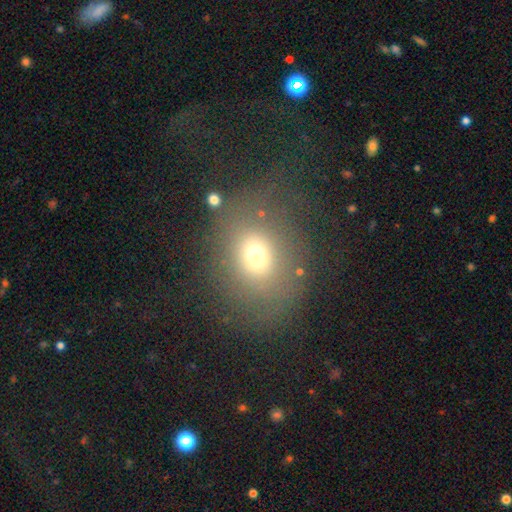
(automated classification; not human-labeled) This appears to be a smooth galaxy with no disk features (66%) that is round (63%). Merging: none (57%).